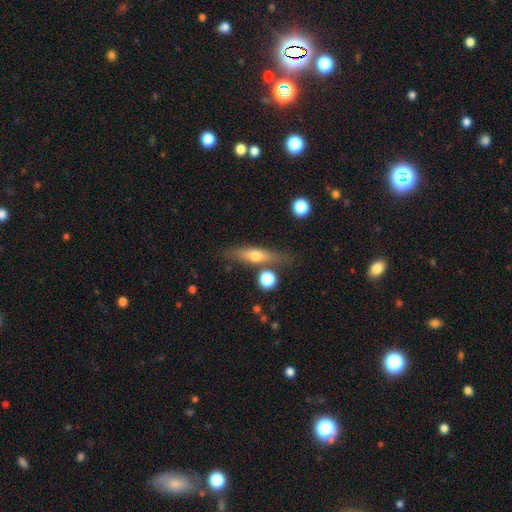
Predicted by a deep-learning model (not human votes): The model was most divided on "smooth or featured": smooth: 52%, featured or disk: 41%, star or artifact: 7%. More confident: merging — none (72%); how rounded — cigar-shaped (68%).